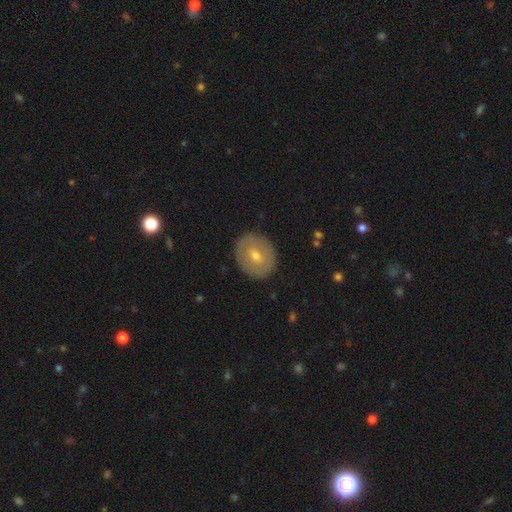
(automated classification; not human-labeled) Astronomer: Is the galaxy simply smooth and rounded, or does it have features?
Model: smooth — 48% (runner-up: featured or disk, 45%).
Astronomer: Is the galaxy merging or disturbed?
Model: none — 87%.